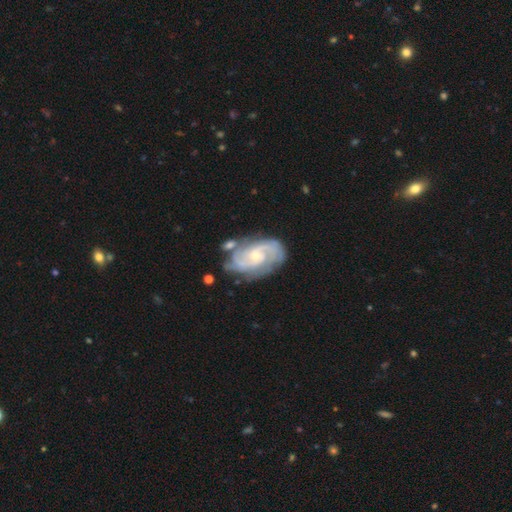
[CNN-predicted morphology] type=featured or disk (83%); edge-on=no (96%); bar=no (66%); spiral arms=yes (95%); winding=tight (52%); arm count=2 (35%); bulge=small (66%); merging=none (61%).